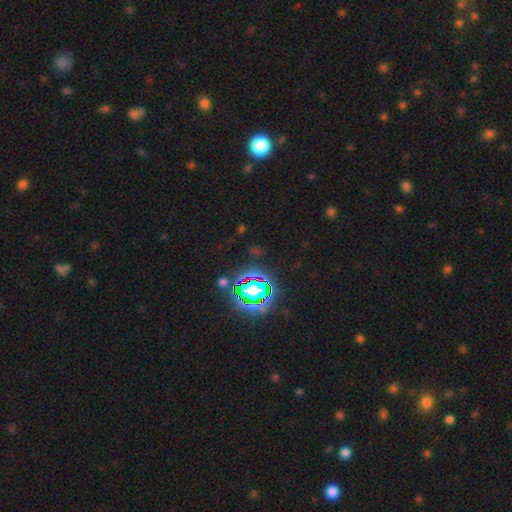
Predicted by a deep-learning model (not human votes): Morphology: type=star or artifact (80%).